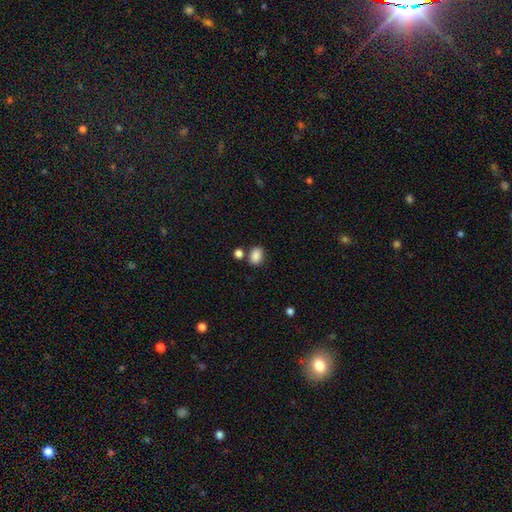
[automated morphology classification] Smooth or featured? Predicted: smooth (p=0.87). How rounded? Predicted: in between (p=0.76). Merging? Predicted: none (p=0.72).